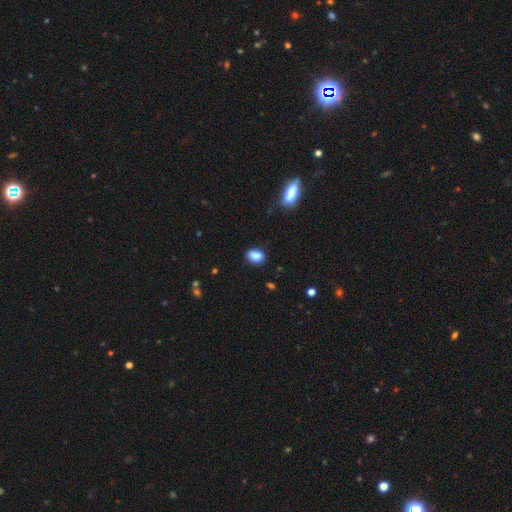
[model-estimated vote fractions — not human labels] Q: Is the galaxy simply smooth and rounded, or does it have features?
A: smooth — 88%.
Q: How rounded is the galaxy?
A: in between — 75%.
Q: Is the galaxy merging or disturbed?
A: none — 83%.